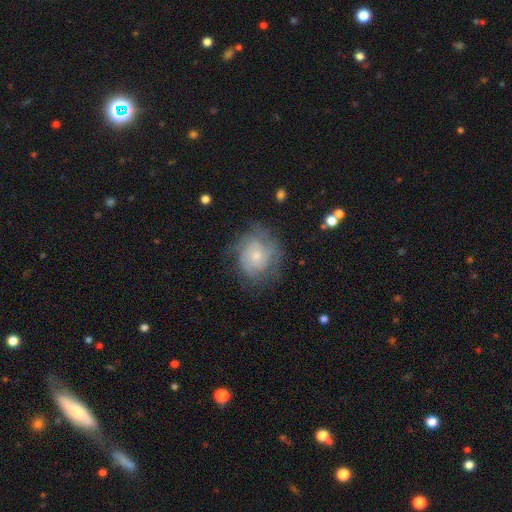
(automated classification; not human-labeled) Q: Smooth or featured?
A: featured or disk (72%); runner-up: smooth (21%)
Q: Edge-on disk?
A: no (98%); runner-up: yes (2%)
Q: Bar?
A: no (75%); runner-up: weak (22%)
Q: Spiral arms?
A: yes (89%); runner-up: no (11%)
Q: Spiral winding?
A: tight (61%); runner-up: medium (30%)
Q: Spiral arm count?
A: can't tell (41%); runner-up: 2 (26%)
Q: Bulge size?
A: small (55%); runner-up: moderate (38%)
Q: Merging?
A: none (67%); runner-up: minor disturbance (21%)